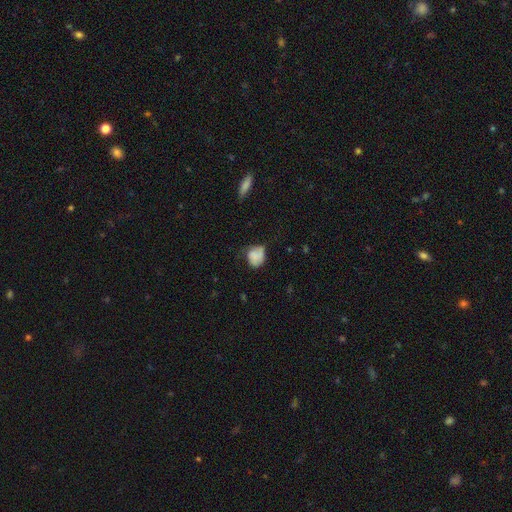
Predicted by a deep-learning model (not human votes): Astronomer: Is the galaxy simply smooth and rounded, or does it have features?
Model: smooth — 71%.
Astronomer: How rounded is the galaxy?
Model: round — 56% (runner-up: in between, 43%).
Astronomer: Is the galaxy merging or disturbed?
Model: minor disturbance — 40%, tied with none at 40%.